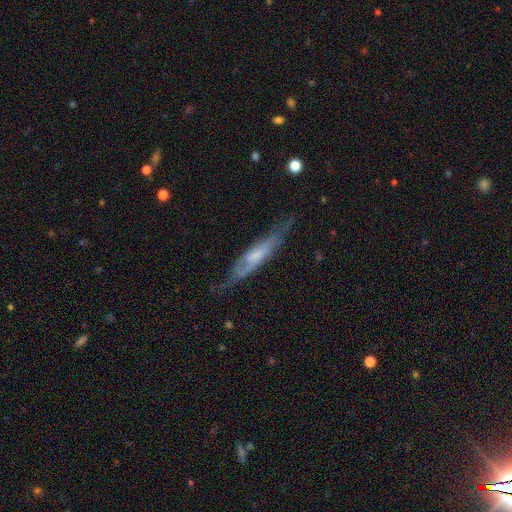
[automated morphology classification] A featured or disk galaxy (61%) viewed edge-on (64%).

Vote fractions:
- Smooth or featured? featured or disk: 61% / smooth: 32% / star or artifact: 7%
- Edge-on disk? yes: 64% / no: 36%
- Merging? none: 58% / minor disturbance: 27% / major disturbance: 13% / merger: 2%